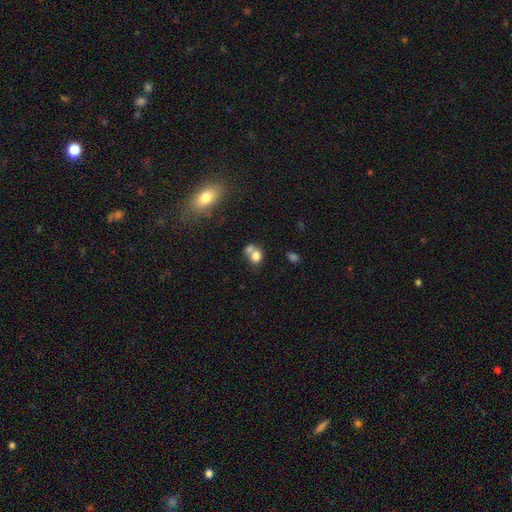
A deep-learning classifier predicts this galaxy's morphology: smooth_or_featured: smooth (p=0.76) [alt: featured or disk p=0.13]
how_rounded: round (p=0.56) [alt: in between p=0.43]
merging: merger (p=0.50) [alt: none p=0.35]